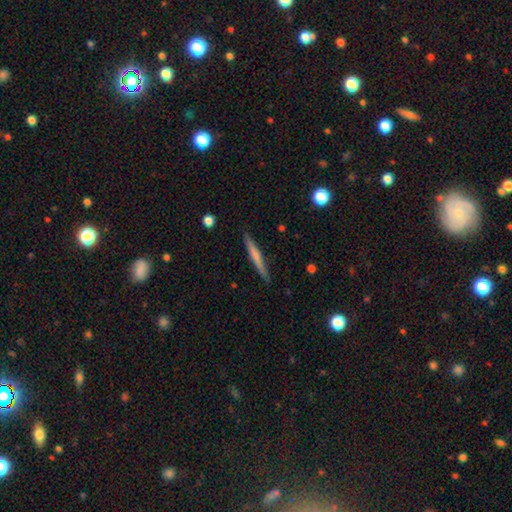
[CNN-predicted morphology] smooth 56%, featured or disk 38%, star or artifact 5%. Down the decision tree: how rounded — cigar-shaped (96%); merging — none (89%).